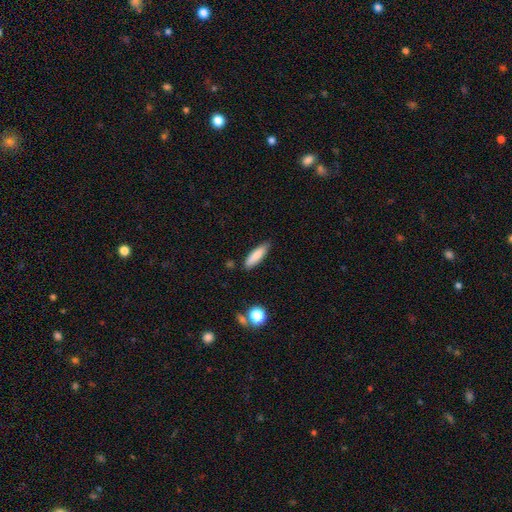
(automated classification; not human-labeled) Smooth or featured? Predicted: smooth (p=0.84). How rounded? Predicted: cigar-shaped (p=0.62). Merging? Predicted: none (p=0.82).